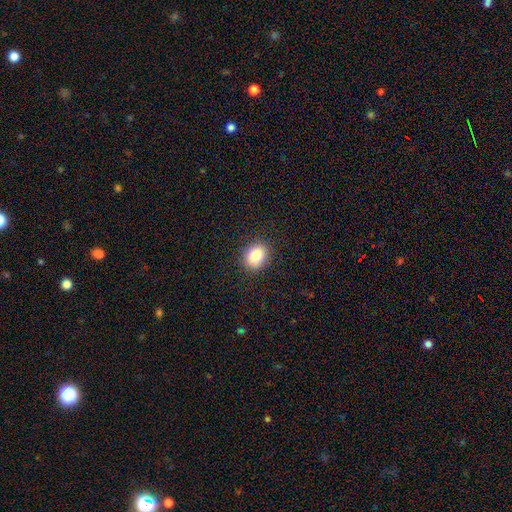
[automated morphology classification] This appears to be a smooth galaxy with no disk features (85%) that is round (50%). Merging: none (89%).